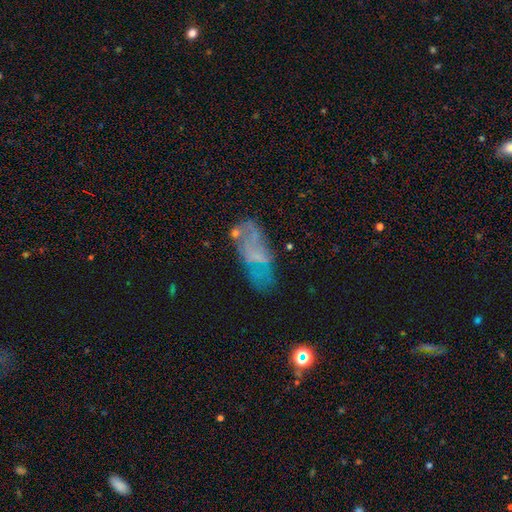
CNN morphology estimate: smooth_or_featured: featured or disk (p=0.51) [alt: smooth p=0.35]
disk_edge_on: no (p=0.89) [alt: yes p=0.11]
merging: none (p=0.55) [alt: minor disturbance p=0.22]